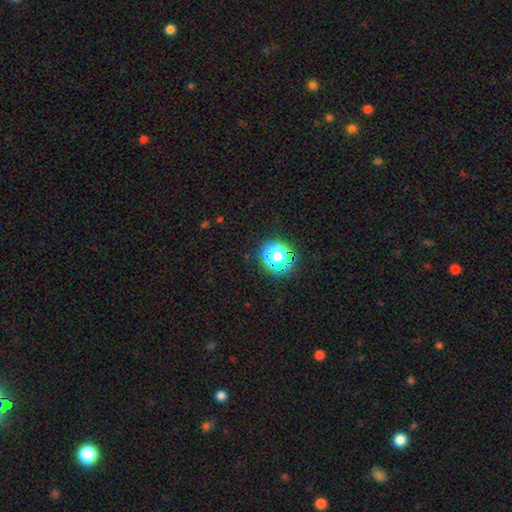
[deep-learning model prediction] A star or artifact, not a galaxy (72%).

Vote fractions:
- Smooth or featured? star or artifact: 72% / smooth: 22% / featured or disk: 6%